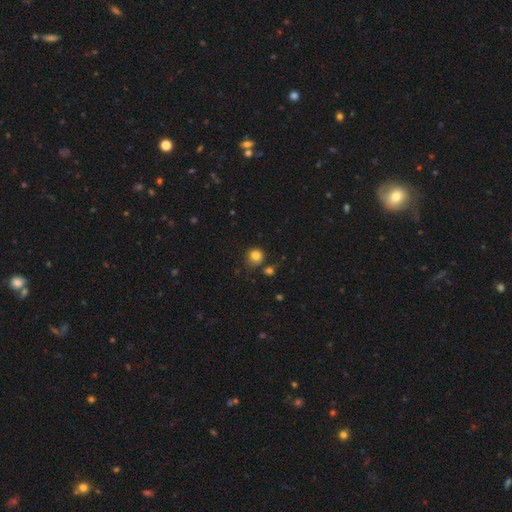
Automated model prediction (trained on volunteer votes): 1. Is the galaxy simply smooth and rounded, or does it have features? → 82% smooth, 11% star or artifact, 7% featured or disk.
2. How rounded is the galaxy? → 86% round, 13% in between, 1% cigar-shaped.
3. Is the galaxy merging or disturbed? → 69% none, 18% minor disturbance, 8% merger, 5% major disturbance.